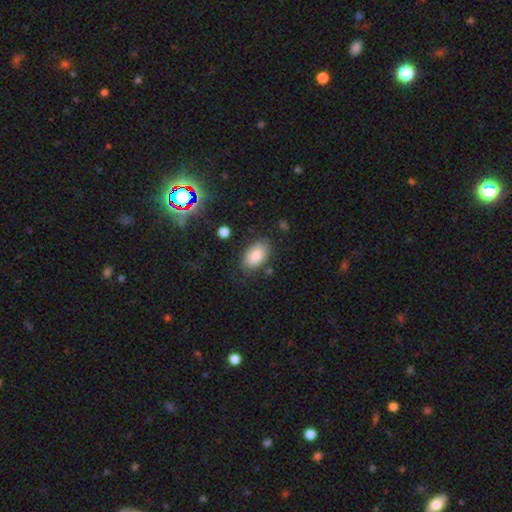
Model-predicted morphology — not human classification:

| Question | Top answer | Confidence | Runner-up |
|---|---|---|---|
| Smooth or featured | smooth | 85% | featured or disk (8%) |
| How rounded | in between | 93% | round (6%) |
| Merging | none | 79% | minor disturbance (14%) |